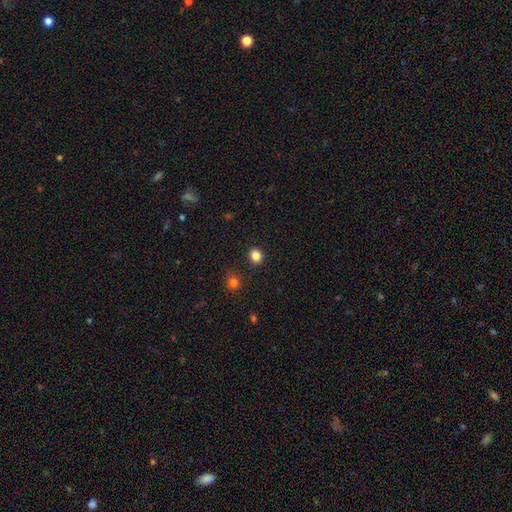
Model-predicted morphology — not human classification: smooth-or-featured: smooth: 84% | star or artifact: 12% | featured or disk: 4%
  how-rounded: round: 75% | in between: 24% | cigar-shaped: 1%
  merging: none: 90% | minor disturbance: 6% | merger: 2% | major disturbance: 2%